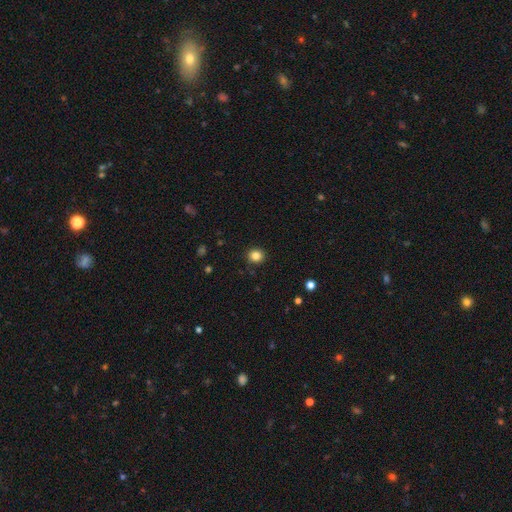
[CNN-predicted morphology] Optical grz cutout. It shows a smooth galaxy with no disk features (84%) that is round (88%). Merging: none (91%).